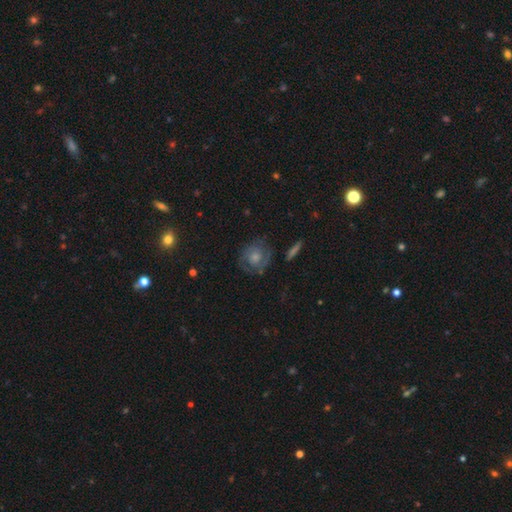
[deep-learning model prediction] Smooth or featured: featured or disk — 59% (smooth — 25%)
Edge-on disk: no — 96% (yes — 4%)
Bar: no — 79% (weak — 18%)
Spiral arms: yes — 80% (no — 20%)
Bulge size: moderate — 52% (small — 31%)
Merging: none — 77% (minor disturbance — 14%)